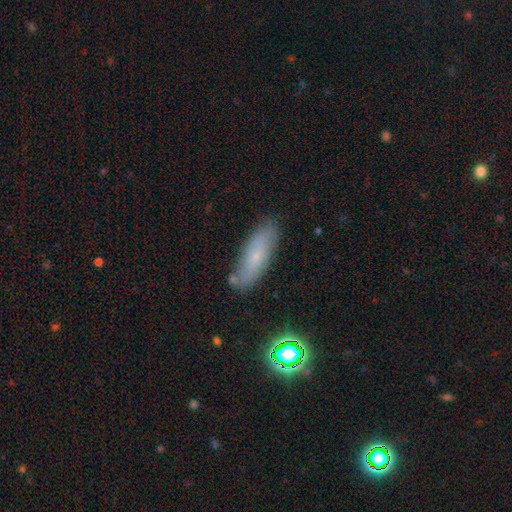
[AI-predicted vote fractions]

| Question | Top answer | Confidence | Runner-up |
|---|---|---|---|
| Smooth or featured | smooth | 59% | featured or disk (30%) |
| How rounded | in between | 54% | cigar-shaped (43%) |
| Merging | none | 78% | minor disturbance (16%) |